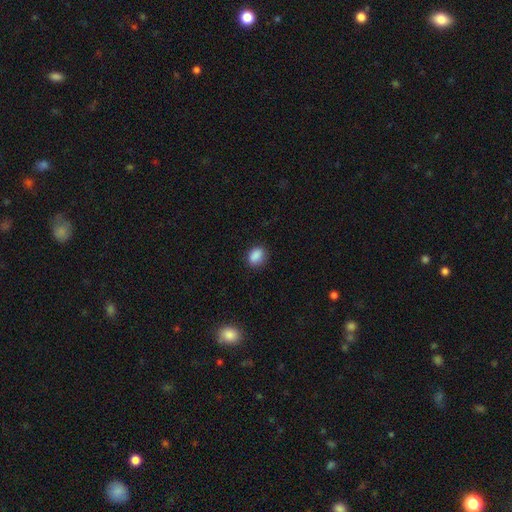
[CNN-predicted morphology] Q: Smooth or featured?
A: smooth (88%); runner-up: star or artifact (9%)
Q: How rounded?
A: in between (61%); runner-up: round (37%)
Q: Merging?
A: none (82%); runner-up: minor disturbance (13%)